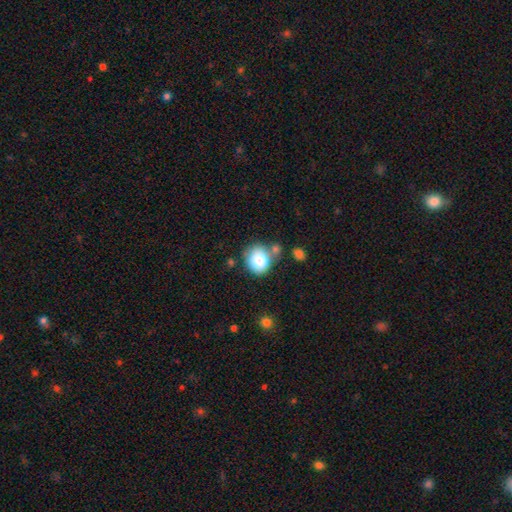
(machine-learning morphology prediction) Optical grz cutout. It shows a smooth galaxy with no disk features (78%) that is round (81%). Merging: none (63%).